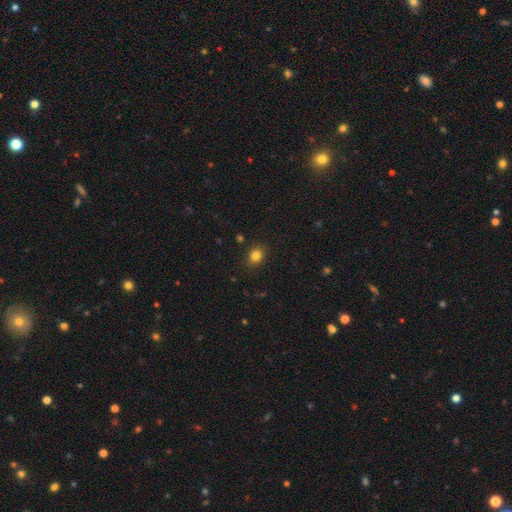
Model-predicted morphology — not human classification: smooth-or-featured: smooth: 83% | star or artifact: 12% | featured or disk: 5%
  how-rounded: round: 56% | in between: 43% | cigar-shaped: 1%
  merging: none: 87% | minor disturbance: 9% | major disturbance: 3% | merger: 1%